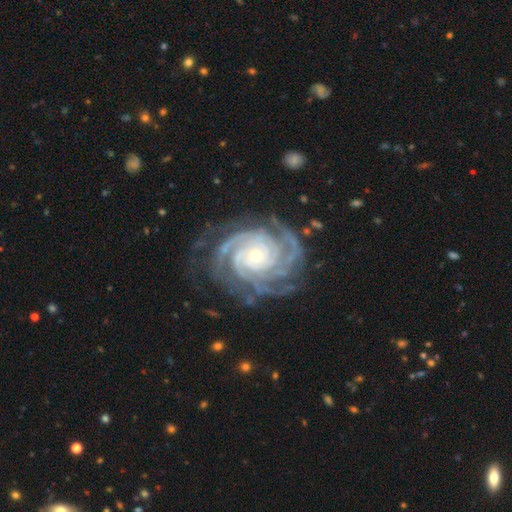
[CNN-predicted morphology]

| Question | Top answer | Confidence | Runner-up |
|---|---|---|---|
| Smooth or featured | featured or disk | 93% | star or artifact (4%) |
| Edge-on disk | no | 98% | yes (2%) |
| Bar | no | 75% | weak (17%) |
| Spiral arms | yes | 99% | no (1%) |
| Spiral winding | tight | 80% | medium (18%) |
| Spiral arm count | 4 | 33% | 3 (23%) |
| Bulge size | small | 68% | moderate (29%) |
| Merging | none | 76% | minor disturbance (16%) |